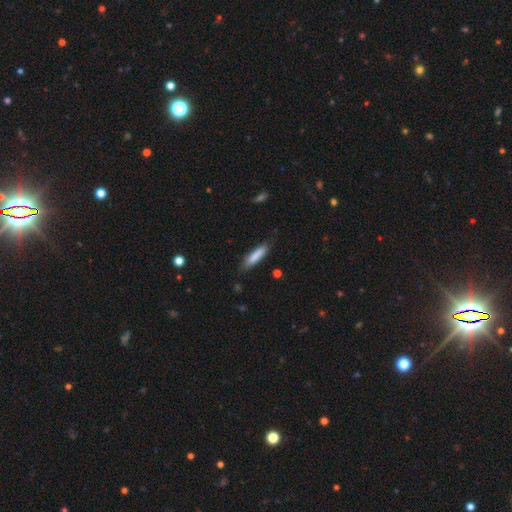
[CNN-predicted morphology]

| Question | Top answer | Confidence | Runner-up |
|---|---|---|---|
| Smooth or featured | smooth | 83% | featured or disk (11%) |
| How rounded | cigar-shaped | 76% | in between (22%) |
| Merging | none | 80% | minor disturbance (15%) |